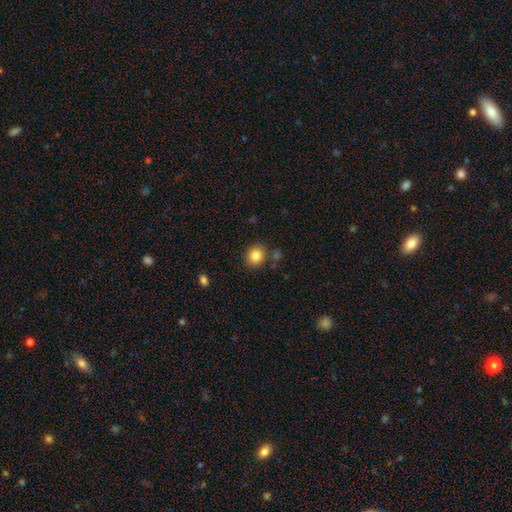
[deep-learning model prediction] Morphology: type=smooth (86%); roundness=round (80%); merging=none (81%).